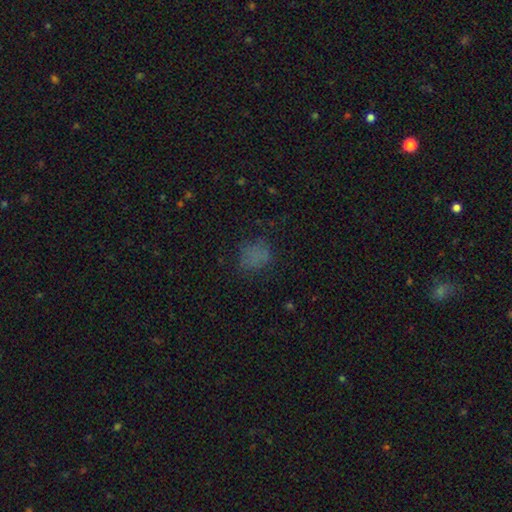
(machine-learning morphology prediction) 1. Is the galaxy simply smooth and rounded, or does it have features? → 68% smooth, 21% star or artifact, 11% featured or disk.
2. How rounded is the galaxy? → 59% round, 40% in between, 1% cigar-shaped.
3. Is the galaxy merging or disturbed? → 67% none, 20% minor disturbance, 11% major disturbance, 2% merger.